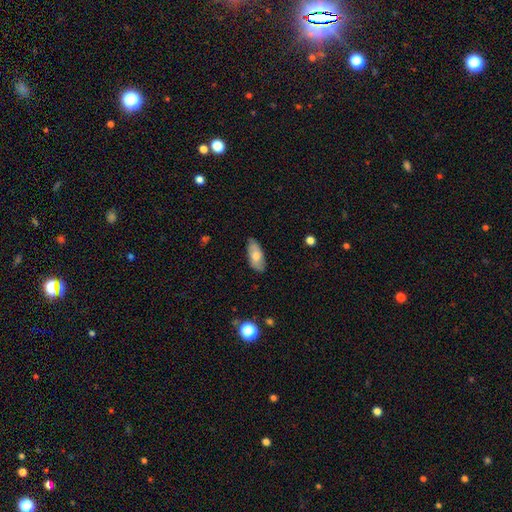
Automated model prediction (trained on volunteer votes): smooth_or_featured: smooth (p=0.69) [alt: featured or disk p=0.25]
how_rounded: in between (p=0.88) [alt: cigar-shaped p=0.10]
merging: none (p=0.81) [alt: minor disturbance p=0.15]